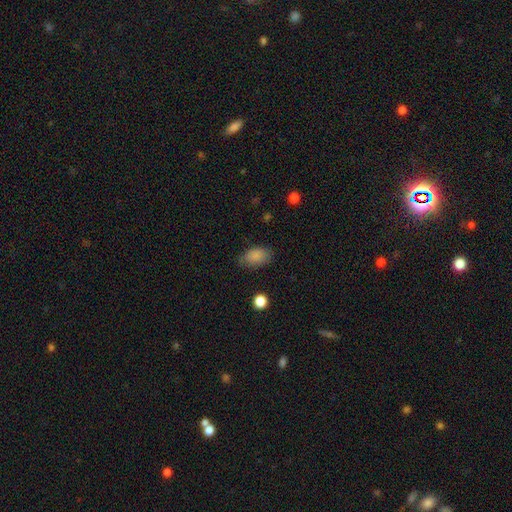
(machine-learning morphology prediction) smooth-or-featured: smooth: 86% | star or artifact: 9% | featured or disk: 5%
  how-rounded: in between: 90% | round: 8% | cigar-shaped: 2%
  merging: none: 76% | minor disturbance: 18% | major disturbance: 4% | merger: 1%